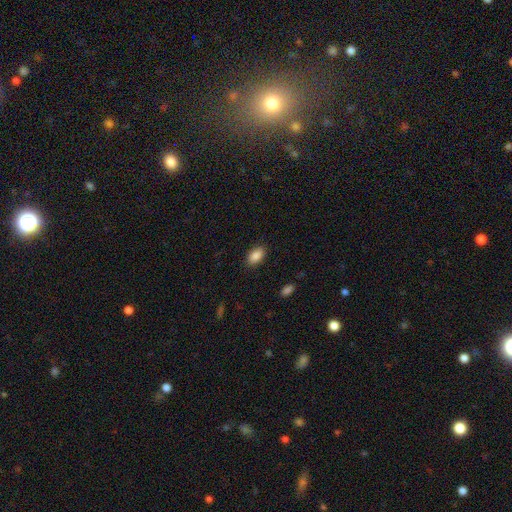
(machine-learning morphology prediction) Q: Smooth or featured?
A: smooth (88%); runner-up: star or artifact (7%)
Q: How rounded?
A: in between (92%); runner-up: round (6%)
Q: Merging?
A: none (88%); runner-up: minor disturbance (8%)